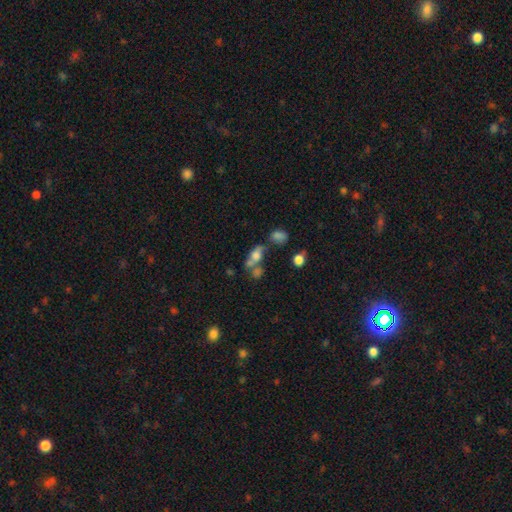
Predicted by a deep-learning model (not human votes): A smooth galaxy with no disk features (59%) that is in between round and cigar-shaped (70%).

Vote fractions:
- Smooth or featured? smooth: 59% / featured or disk: 26% / star or artifact: 14%
- How rounded? in between: 70% / round: 17% / cigar-shaped: 13%
- Merging? merger: 39% / none: 33% / minor disturbance: 15% / major disturbance: 13%